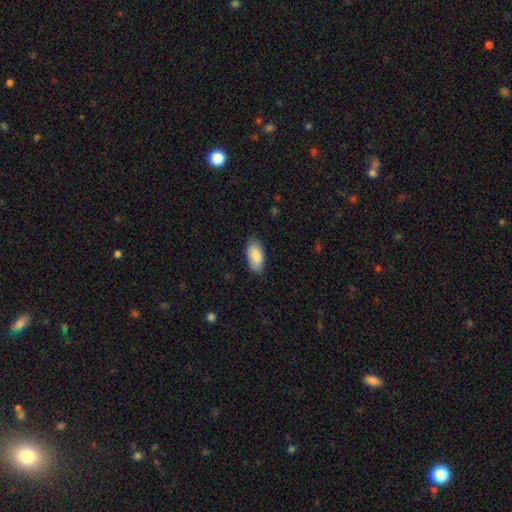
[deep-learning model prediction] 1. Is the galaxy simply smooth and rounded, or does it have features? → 88% smooth, 6% featured or disk, 6% star or artifact.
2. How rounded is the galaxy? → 92% in between, 6% cigar-shaped, 2% round.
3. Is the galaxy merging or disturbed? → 84% none, 13% minor disturbance, 2% major disturbance, 1% merger.